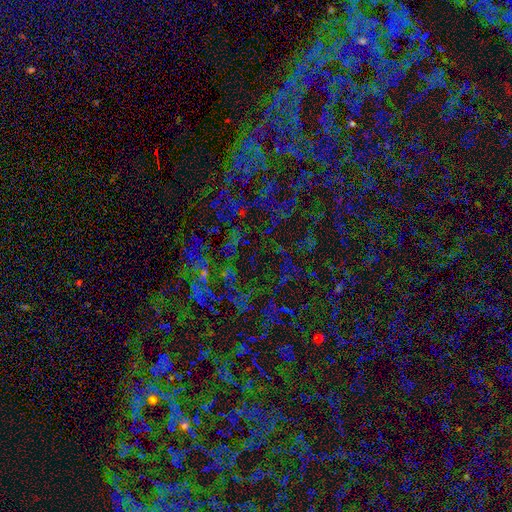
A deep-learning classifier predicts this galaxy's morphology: Smooth or featured: star or artifact — 71% (smooth — 19%)